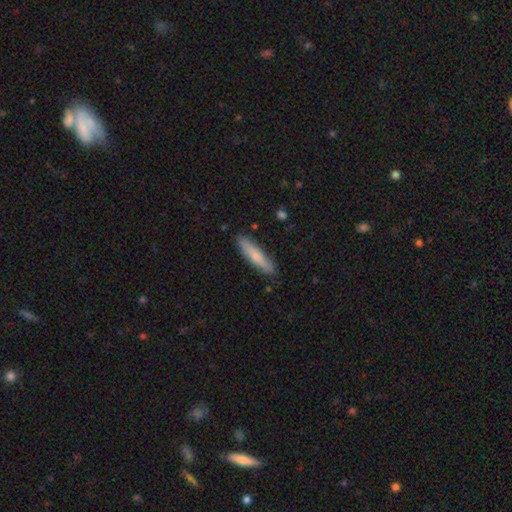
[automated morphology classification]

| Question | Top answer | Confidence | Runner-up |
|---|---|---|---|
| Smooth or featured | smooth | 71% | featured or disk (24%) |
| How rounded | cigar-shaped | 83% | in between (15%) |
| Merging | none | 87% | minor disturbance (10%) |